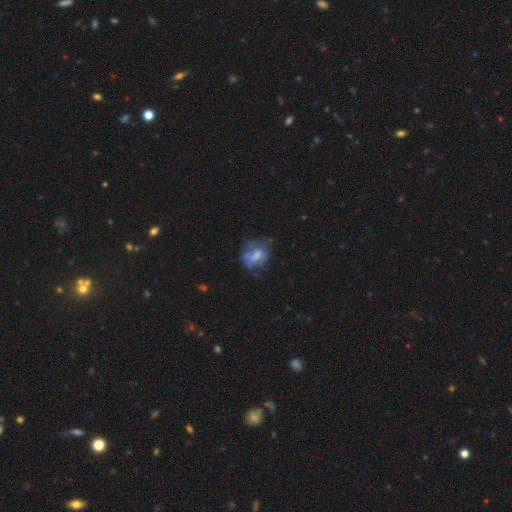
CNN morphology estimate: Q: Smooth or featured?
A: featured or disk (46%); runner-up: smooth (44%)
Q: Merging?
A: none (45%); runner-up: minor disturbance (28%)